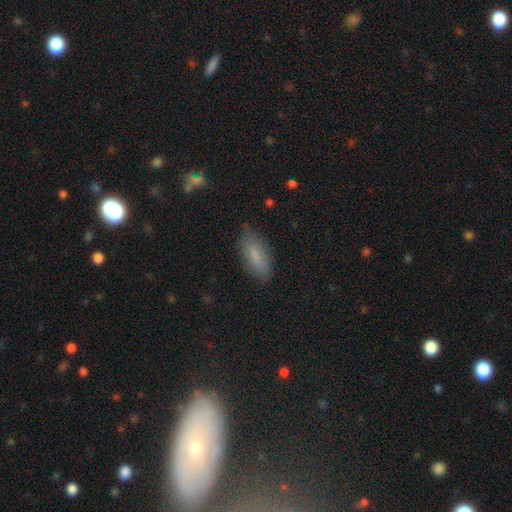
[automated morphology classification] Smooth or featured? Predicted: smooth (p=0.79). How rounded? Predicted: in between (p=0.80). Merging? Predicted: none (p=0.80).